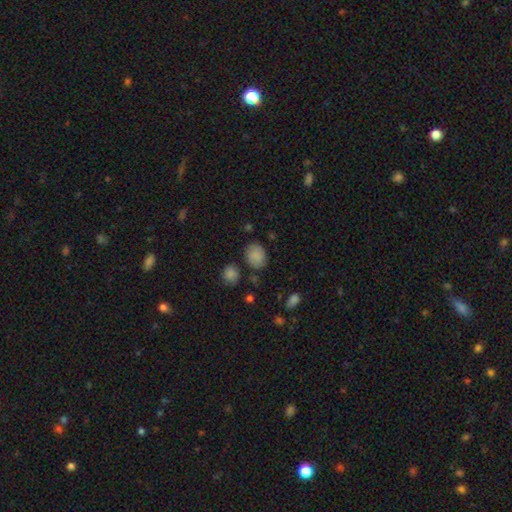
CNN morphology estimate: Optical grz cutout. It shows a smooth galaxy with no disk features (84%) that is in between round and cigar-shaped (55%). Merging: none (76%).